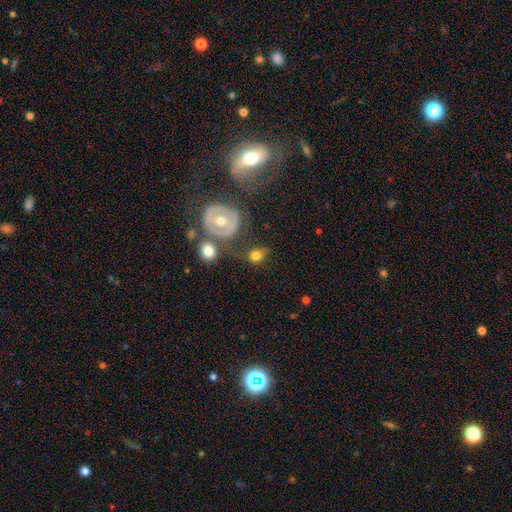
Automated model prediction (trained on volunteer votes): smooth_or_featured: smooth (p=0.68) [alt: featured or disk p=0.23]
how_rounded: round (p=0.68) [alt: in between p=0.30]
merging: none (p=0.60) [alt: minor disturbance p=0.19]